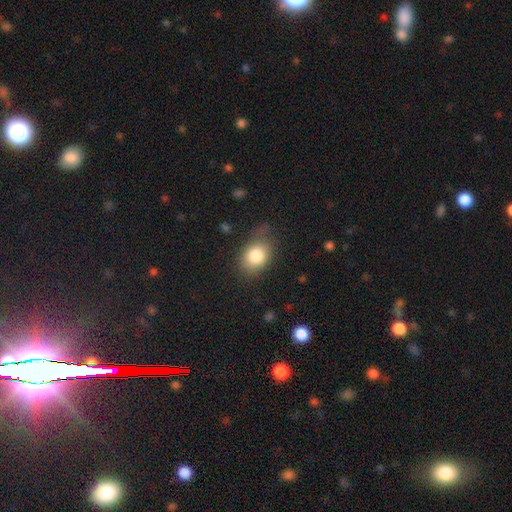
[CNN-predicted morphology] The model was most divided on "merging": none: 65%, minor disturbance: 25%, major disturbance: 9%, merger: 2%. More confident: smooth or featured — smooth (82%); how rounded — in between (71%).